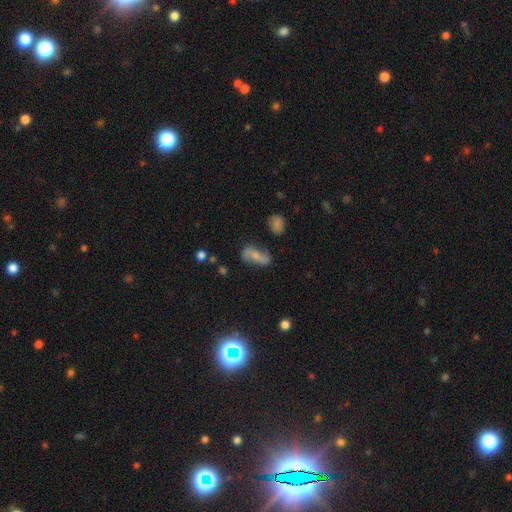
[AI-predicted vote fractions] Overall: featured or disk (61%; smooth 30%). Edge-on disk: no (93%). Bar: no (51%; weak 32%). Spiral arms: yes (88%). Bulge size: small (47%; moderate 32%). Merging: none (64%).